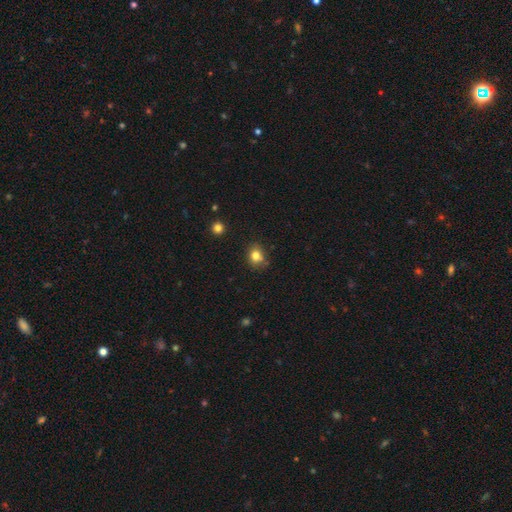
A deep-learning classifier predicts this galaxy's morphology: smooth-or-featured: smooth: 80% | star or artifact: 12% | featured or disk: 8%
  how-rounded: round: 64% | in between: 35% | cigar-shaped: 1%
  merging: none: 71% | minor disturbance: 19% | merger: 5% | major disturbance: 4%